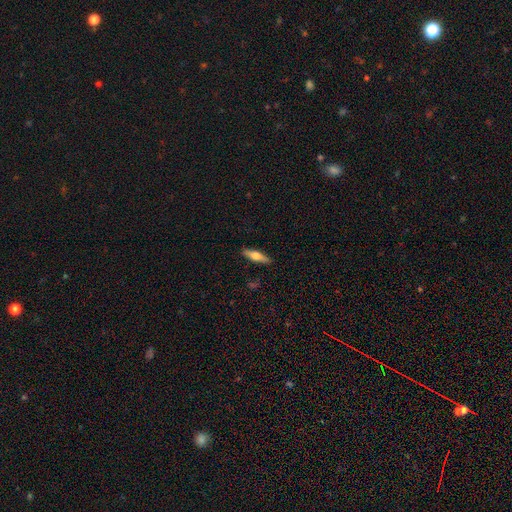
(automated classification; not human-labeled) This appears to be a featured or disk galaxy (48%). Merging: none (89%).